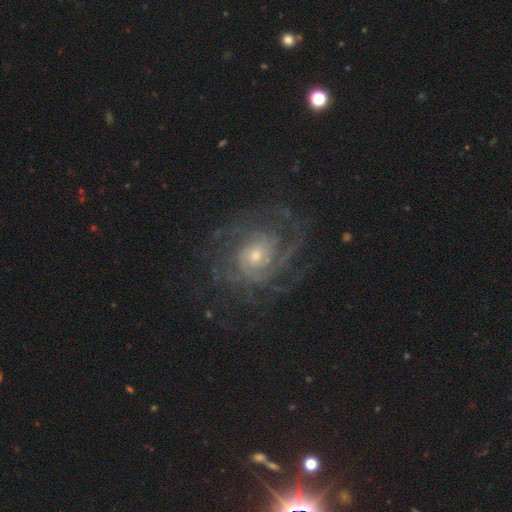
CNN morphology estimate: Smooth or featured?
  - featured or disk: 87% *
  - star or artifact: 7%
  - smooth: 6%
Edge-on disk?
  - no: 97% *
  - yes: 3%
Bar?
  - no: 73% *
  - weak: 22%
  - strong: 5%
Spiral arms?
  - yes: 96% *
  - no: 4%
Spiral winding?
  - tight: 67% *
  - medium: 27%
  - loose: 6%
Spiral arm count?
  - can't tell: 31% *
  - 3: 18%
  - 2: 17%
  - 4: 16%
  - more than 4: 10%
  - 1: 8%
Bulge size?
  - small: 53% *
  - moderate: 41%
  - large: 4%
  - none: 1%
  - dominant: 1%
Merging?
  - none: 73% *
  - minor disturbance: 15%
  - major disturbance: 11%
  - merger: 1%